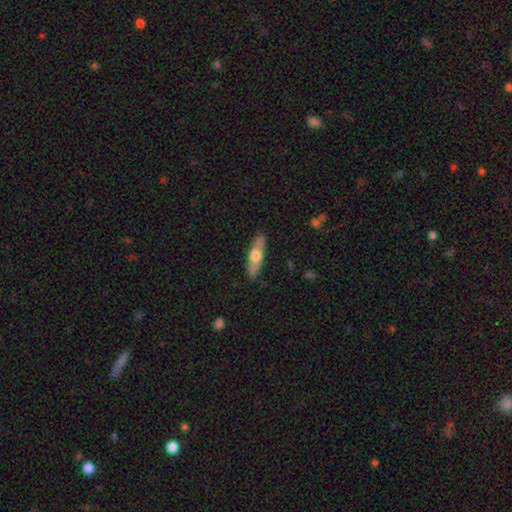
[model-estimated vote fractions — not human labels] This appears to be a smooth galaxy with no disk features (53%) that is cigar-shaped (58%). Merging: none (85%).